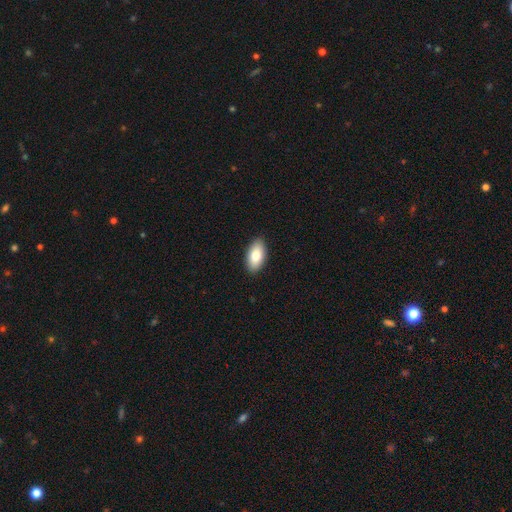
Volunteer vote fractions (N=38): Smooth or featured: smooth — 82% (featured or disk — 13%)
How rounded: in between — 90% (cigar-shaped — 10%)
Merging: none — 94% (major disturbance — 6%)